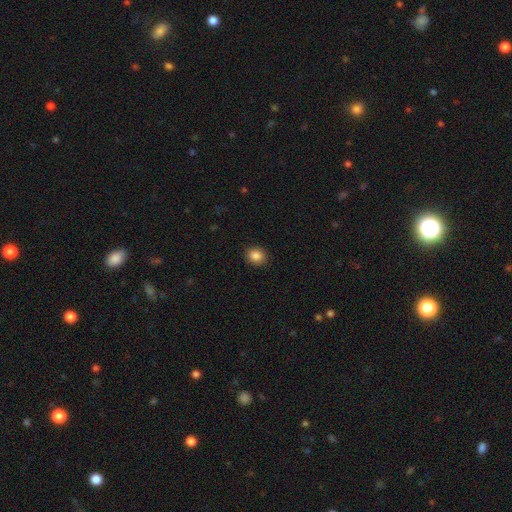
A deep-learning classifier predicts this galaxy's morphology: smooth_or_featured: smooth (p=0.86) [alt: star or artifact p=0.10]
how_rounded: round (p=0.68) [alt: in between p=0.31]
merging: none (p=0.90) [alt: minor disturbance p=0.07]